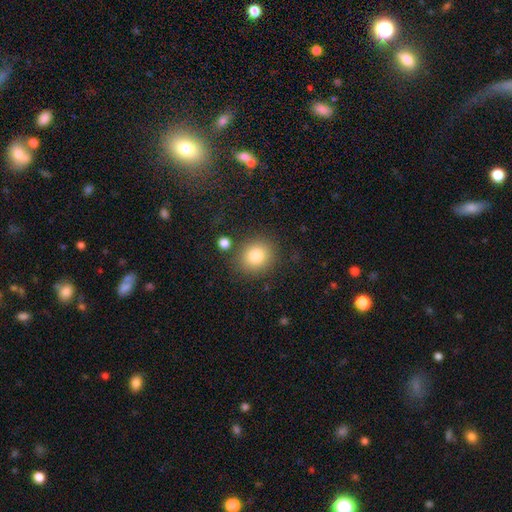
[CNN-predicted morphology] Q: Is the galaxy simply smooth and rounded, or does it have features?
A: smooth — 82%.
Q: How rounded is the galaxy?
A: round — 79%.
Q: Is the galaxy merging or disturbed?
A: none — 82%.